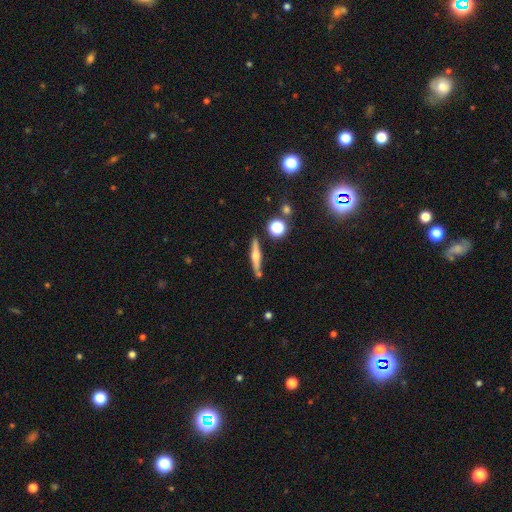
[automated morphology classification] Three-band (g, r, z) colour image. It shows a featured or disk galaxy (55%) viewed edge-on (96%) with a rounded central bulge (81%). Merging: none (82%).